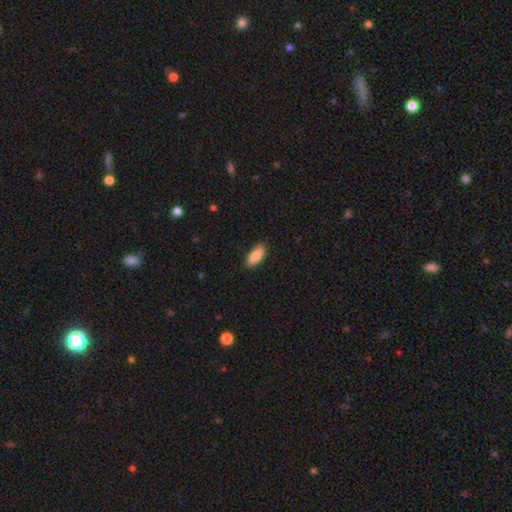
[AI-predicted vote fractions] A smooth galaxy with no disk features (89%) that is in between round and cigar-shaped (79%).

Vote fractions:
- Smooth or featured? smooth: 89% / star or artifact: 6% / featured or disk: 4%
- How rounded? in between: 79% / cigar-shaped: 19% / round: 2%
- Merging? none: 85% / minor disturbance: 12% / major disturbance: 2% / merger: 1%